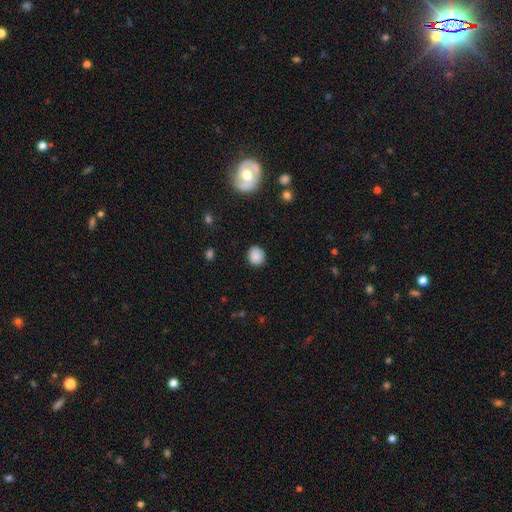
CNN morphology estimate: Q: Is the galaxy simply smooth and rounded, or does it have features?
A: smooth — 86%.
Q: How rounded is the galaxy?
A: round — 72%.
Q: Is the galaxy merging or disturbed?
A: none — 86%.